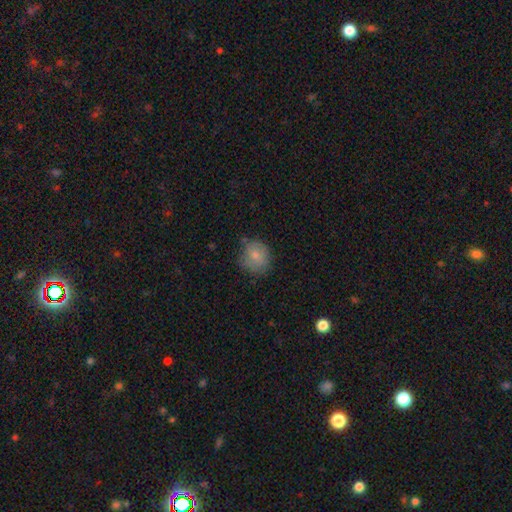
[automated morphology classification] This appears to be a smooth galaxy with no disk features (75%) that is round (77%). Merging: none (66%).